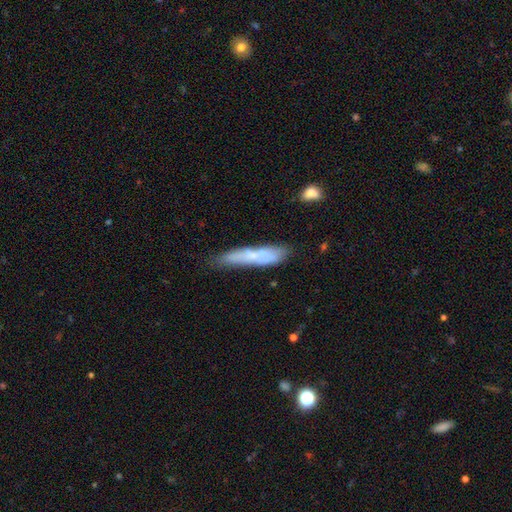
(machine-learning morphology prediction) A smooth galaxy with no disk features (59%) that is cigar-shaped (82%).

Vote fractions:
- Smooth or featured? smooth: 59% / featured or disk: 33% / star or artifact: 8%
- How rounded? cigar-shaped: 82% / in between: 16% / round: 2%
- Merging? none: 61% / minor disturbance: 25% / merger: 7% / major disturbance: 7%